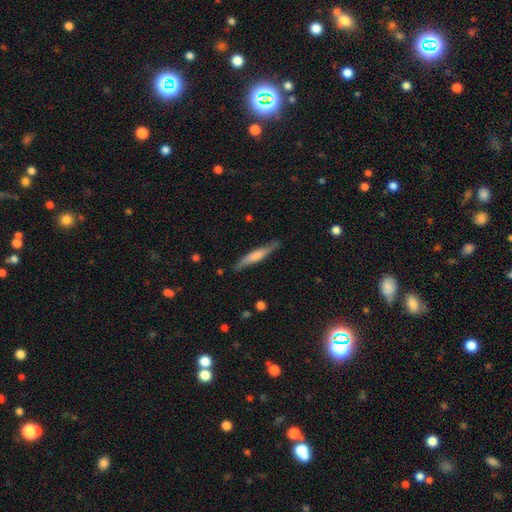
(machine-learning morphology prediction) smooth_or_featured: smooth (p=0.50) [alt: featured or disk p=0.45]
merging: none (p=0.83) [alt: minor disturbance p=0.13]